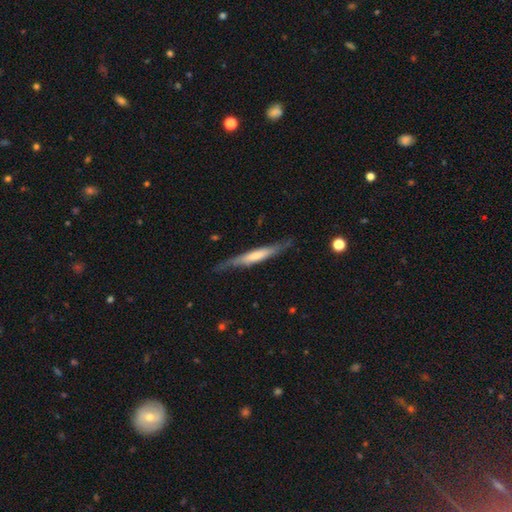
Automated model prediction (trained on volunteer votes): This appears to be a featured or disk galaxy (49%). Merging: none (72%).